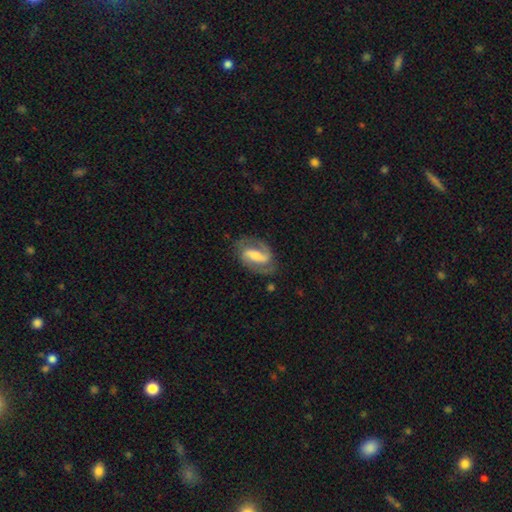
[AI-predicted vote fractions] The model was most divided on "bulge size": moderate: 46%, small: 39%, large: 8%, none: 5%, dominant: 2%. More confident: edge-on disk — no (96%); spiral arms — yes (93%); spiral arm count — 2 (88%); smooth or featured — featured or disk (82%); merging — none (75%); bar — strong (53%); spiral winding — medium (51%).